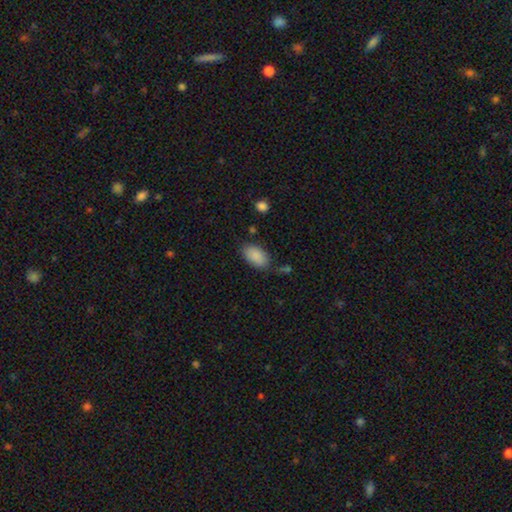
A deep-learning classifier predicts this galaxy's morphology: A smooth galaxy with no disk features (88%) that is in between round and cigar-shaped (93%). Merging: none (74%).